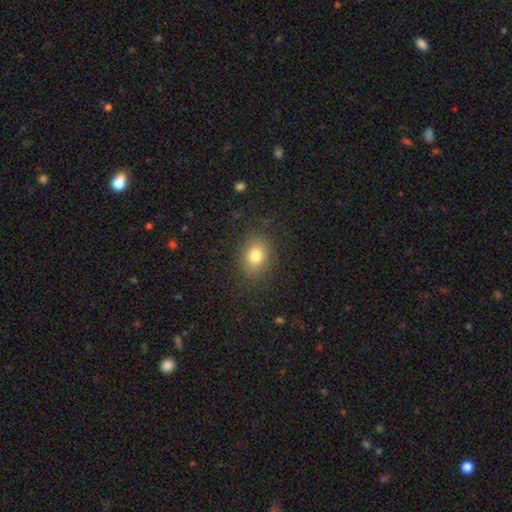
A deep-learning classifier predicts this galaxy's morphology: smooth_or_featured: smooth (p=0.79) [alt: star or artifact p=0.12]
how_rounded: in between (p=0.52) [alt: round p=0.47]
merging: none (p=0.85) [alt: minor disturbance p=0.10]